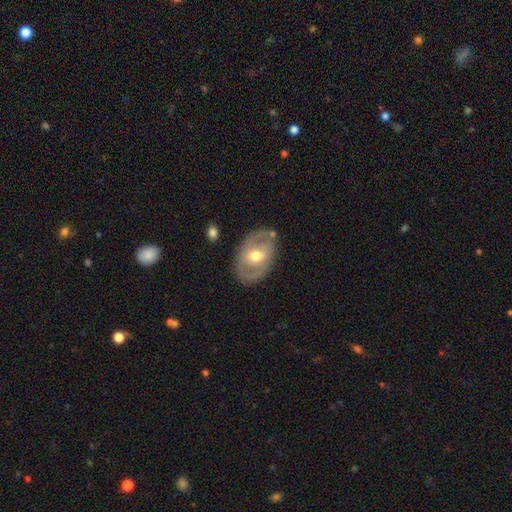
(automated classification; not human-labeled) Q: Smooth or featured?
A: featured or disk (70%); runner-up: smooth (25%)
Q: Edge-on disk?
A: no (93%); runner-up: yes (7%)
Q: Bar?
A: weak (40%); runner-up: no (39%)
Q: Spiral arms?
A: yes (56%); runner-up: no (44%)
Q: Bulge size?
A: moderate (73%); runner-up: small (20%)
Q: Merging?
A: none (78%); runner-up: minor disturbance (15%)